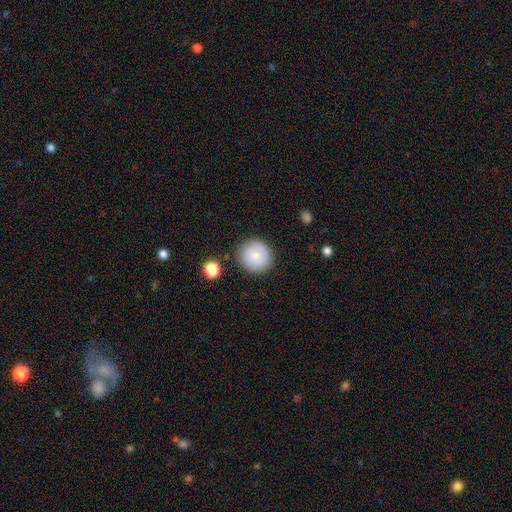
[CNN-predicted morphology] Overall: smooth (79%). How rounded: round (93%). Merging: none (85%).